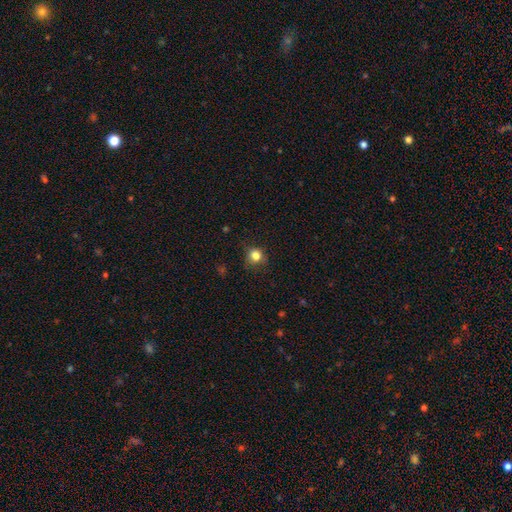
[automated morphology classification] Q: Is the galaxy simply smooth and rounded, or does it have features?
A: smooth — 82%.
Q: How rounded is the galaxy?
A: round — 87%.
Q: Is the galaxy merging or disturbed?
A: none — 79%.